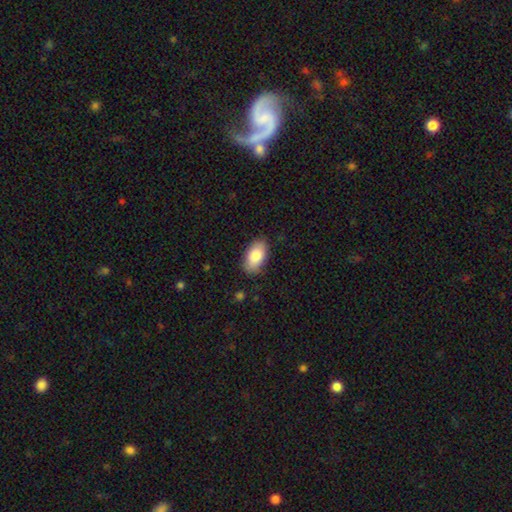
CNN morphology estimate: Smooth or featured?
  - smooth: 84% *
  - featured or disk: 10%
  - star or artifact: 6%
How rounded?
  - in between: 94% *
  - round: 4%
  - cigar-shaped: 2%
Merging?
  - none: 85% *
  - minor disturbance: 12%
  - major disturbance: 3%
  - merger: 1%